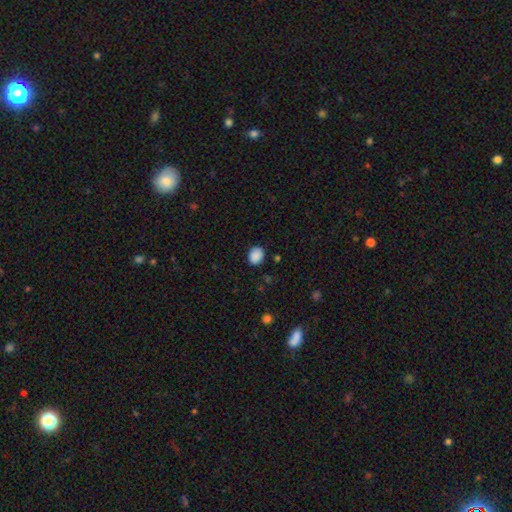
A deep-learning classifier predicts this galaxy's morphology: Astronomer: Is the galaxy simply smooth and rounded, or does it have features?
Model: smooth — 88%.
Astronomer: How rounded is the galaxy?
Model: round — 57% (runner-up: in between, 42%).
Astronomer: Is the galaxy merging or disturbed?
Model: none — 86%.